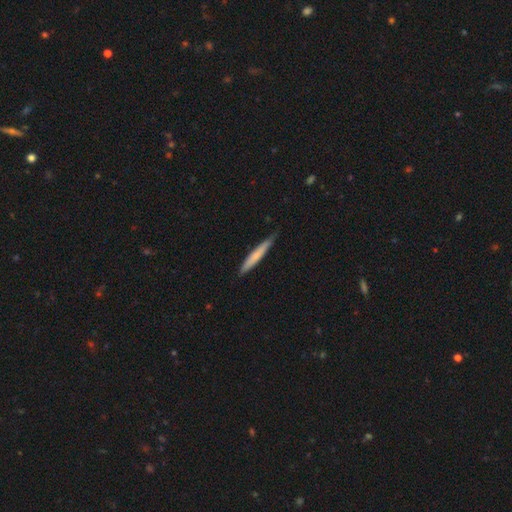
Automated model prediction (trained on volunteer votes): A smooth galaxy with no disk features (69%) that is cigar-shaped (95%).

Vote fractions:
- Smooth or featured? smooth: 69% / featured or disk: 26% / star or artifact: 5%
- How rounded? cigar-shaped: 95% / in between: 3% / round: 1%
- Merging? none: 81% / minor disturbance: 16% / major disturbance: 2% / merger: 1%